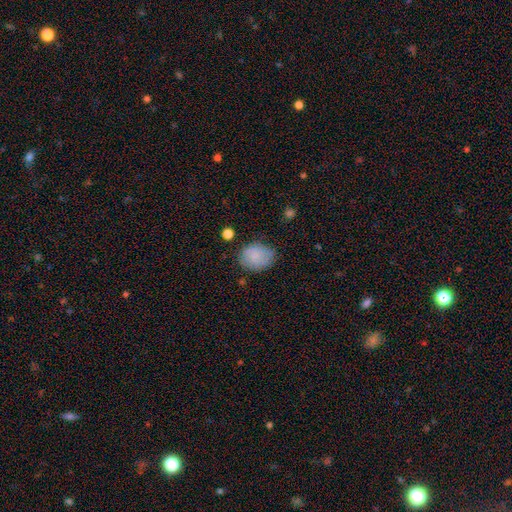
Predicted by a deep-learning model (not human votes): Smooth or featured: smooth — 81% (featured or disk — 11%)
How rounded: in between — 59% (round — 40%)
Merging: none — 73% (minor disturbance — 20%)